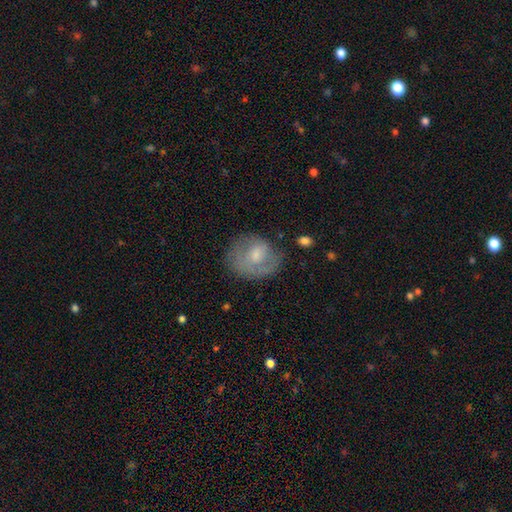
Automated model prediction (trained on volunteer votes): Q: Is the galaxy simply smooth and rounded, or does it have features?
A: smooth — 48%.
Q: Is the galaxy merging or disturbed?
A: none — 58%.